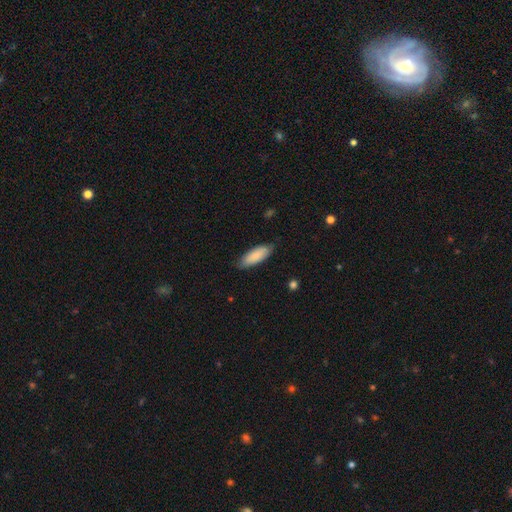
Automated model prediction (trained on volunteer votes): A smooth galaxy with no disk features (87%) that is in between round and cigar-shaped (71%).

Vote fractions:
- Smooth or featured? smooth: 87% / featured or disk: 8% / star or artifact: 5%
- How rounded? in between: 71% / cigar-shaped: 28% / round: 1%
- Merging? none: 83% / minor disturbance: 14% / major disturbance: 2% / merger: 1%